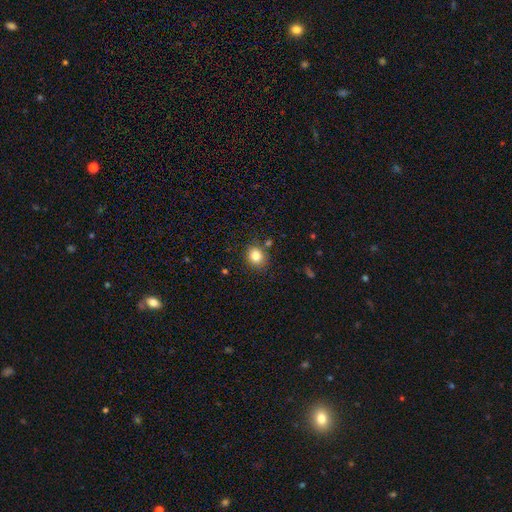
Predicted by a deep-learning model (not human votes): Morphology: type=smooth (83%); roundness=round (70%); merging=none (83%).